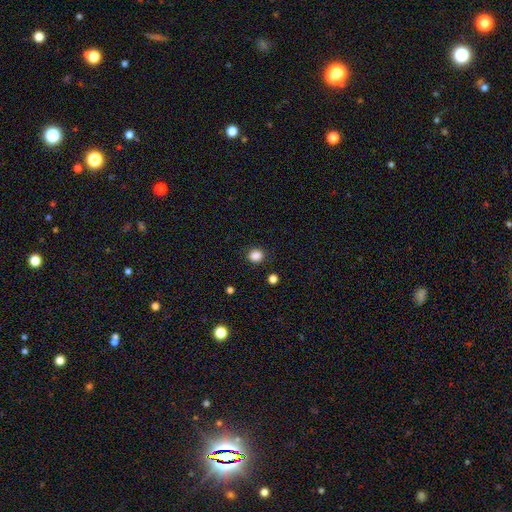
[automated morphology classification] A smooth galaxy with no disk features (86%) that is round (82%). Merging: none (88%).